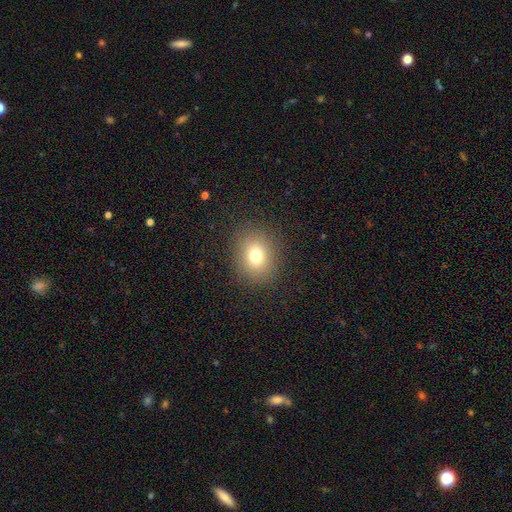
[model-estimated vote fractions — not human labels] smooth_or_featured: smooth (p=0.75) [alt: star or artifact p=0.14]
how_rounded: round (p=0.61) [alt: in between p=0.38]
merging: none (p=0.87) [alt: minor disturbance p=0.08]